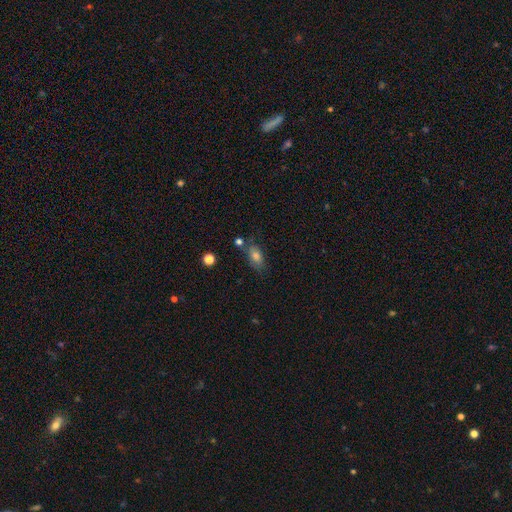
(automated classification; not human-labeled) Morphology: type=smooth (72%); roundness=in between (85%); merging=none (66%).